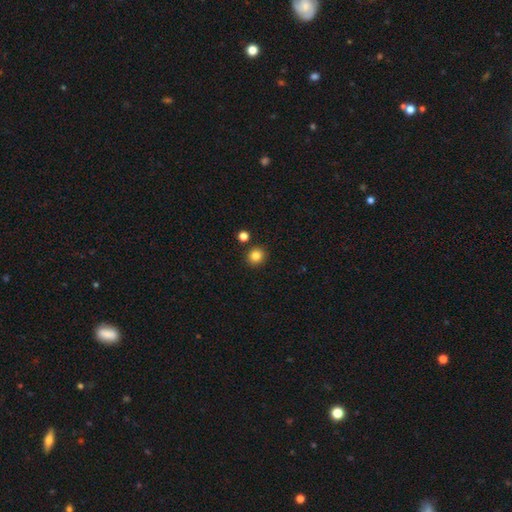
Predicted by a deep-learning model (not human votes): Overall: smooth (83%). How rounded: round (89%). Merging: none (88%).